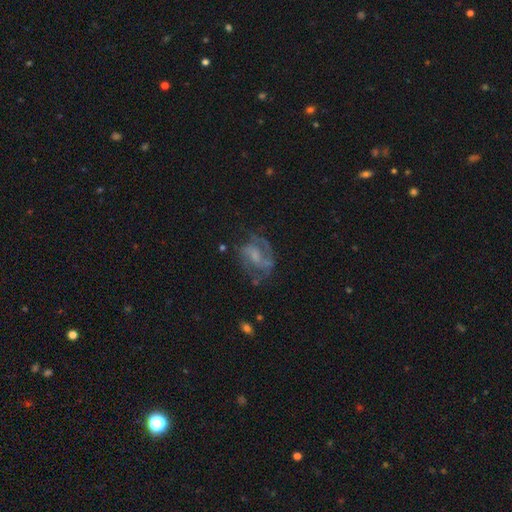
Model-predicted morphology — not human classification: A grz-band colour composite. It shows a featured or disk galaxy (73%) with a weak bar (45%), 2 (65%) medium (49%) spiral arms (84%) and a small central bulge (35%). Merging: none (56%).